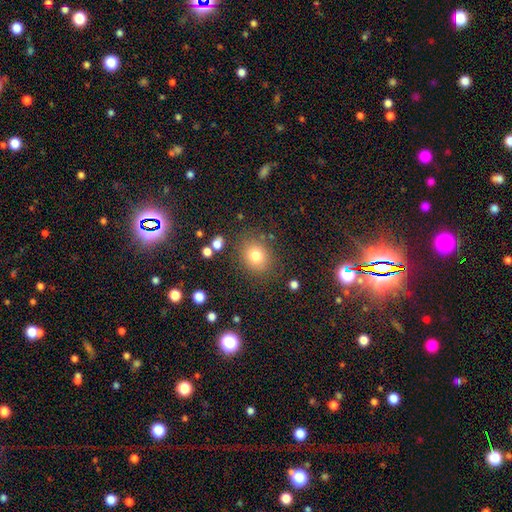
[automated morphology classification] Smooth or featured?
  - smooth: 78% *
  - star or artifact: 13%
  - featured or disk: 9%
How rounded?
  - round: 70% *
  - in between: 29%
  - cigar-shaped: 1%
Merging?
  - none: 82% *
  - minor disturbance: 11%
  - major disturbance: 4%
  - merger: 3%